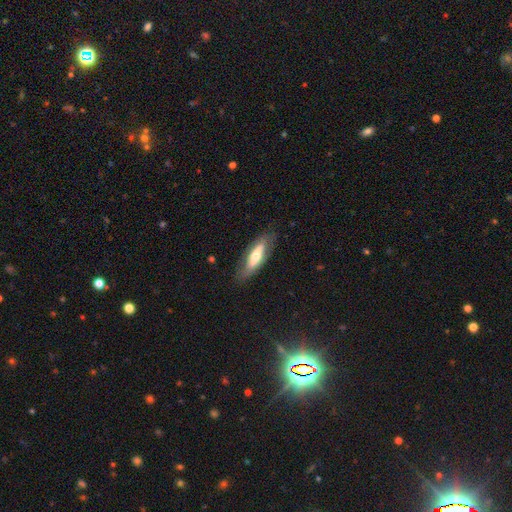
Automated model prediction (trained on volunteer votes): smooth 53%, featured or disk 41%, star or artifact 6%. Down the decision tree: how rounded — in between (56%); merging — none (75%).